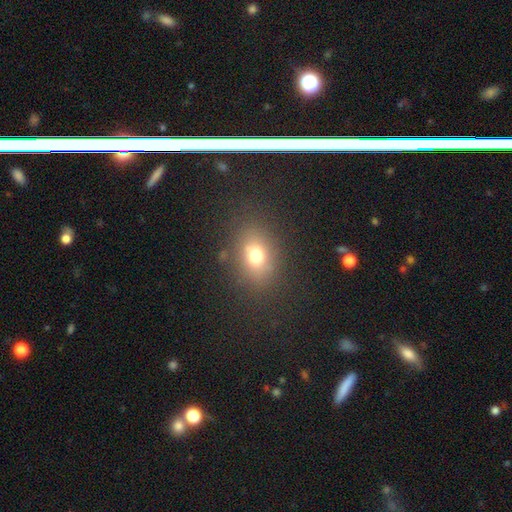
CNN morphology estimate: smooth-or-featured: smooth: 71% | star or artifact: 17% | featured or disk: 13%
  how-rounded: in between: 56% | round: 42% | cigar-shaped: 2%
  merging: none: 81% | minor disturbance: 11% | major disturbance: 6% | merger: 2%